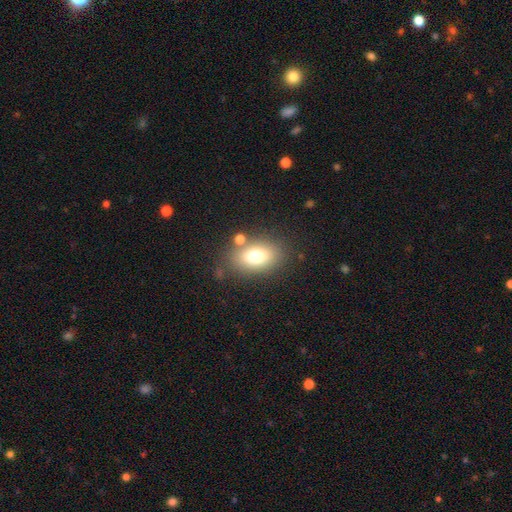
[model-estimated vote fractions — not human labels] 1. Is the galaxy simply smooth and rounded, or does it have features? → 77% smooth, 13% featured or disk, 10% star or artifact.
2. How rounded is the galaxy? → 83% in between, 15% round, 2% cigar-shaped.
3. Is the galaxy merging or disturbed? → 76% none, 12% minor disturbance, 7% merger, 5% major disturbance.